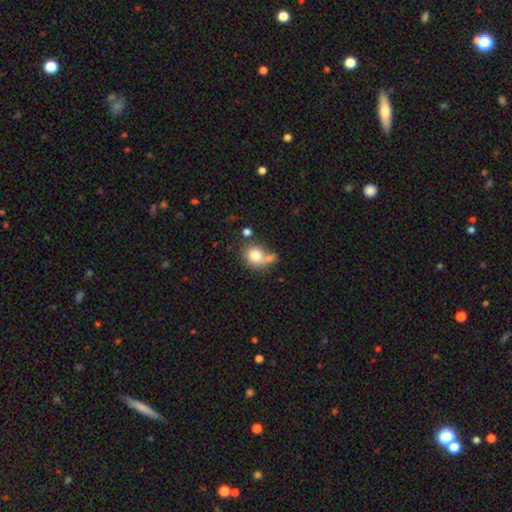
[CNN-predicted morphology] Overall: smooth (79%). How rounded: round (66%; in between 33%). Merging: none (39%; merger 33%).